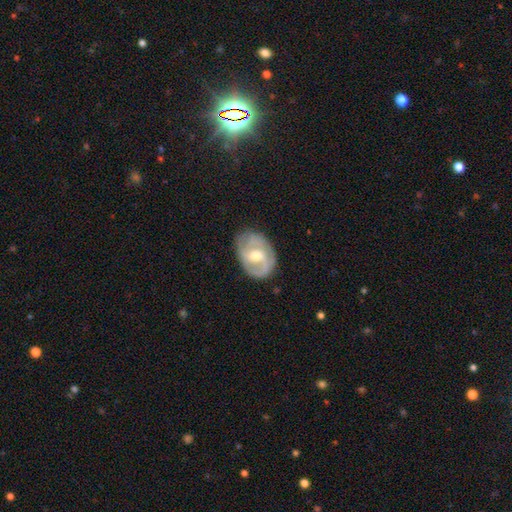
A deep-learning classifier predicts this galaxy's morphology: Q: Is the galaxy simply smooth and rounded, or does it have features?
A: featured or disk — 77%.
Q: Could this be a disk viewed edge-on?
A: no — 96%.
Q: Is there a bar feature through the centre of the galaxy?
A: weak — 49%.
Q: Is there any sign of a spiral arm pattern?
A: yes — 89%.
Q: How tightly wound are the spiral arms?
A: medium — 44%.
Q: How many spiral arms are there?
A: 2 — 50%.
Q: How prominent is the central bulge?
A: moderate — 69%.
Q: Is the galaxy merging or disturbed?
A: none — 72%.